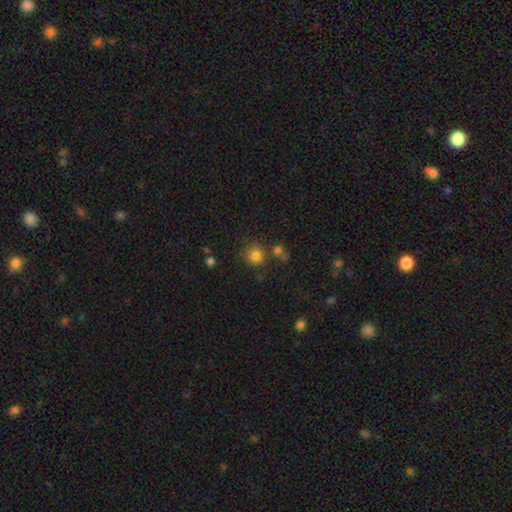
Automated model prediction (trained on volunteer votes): The model was most divided on "merging": none: 74%, merger: 12%, minor disturbance: 10%, major disturbance: 4%. More confident: how rounded — round (90%); smooth or featured — smooth (80%).